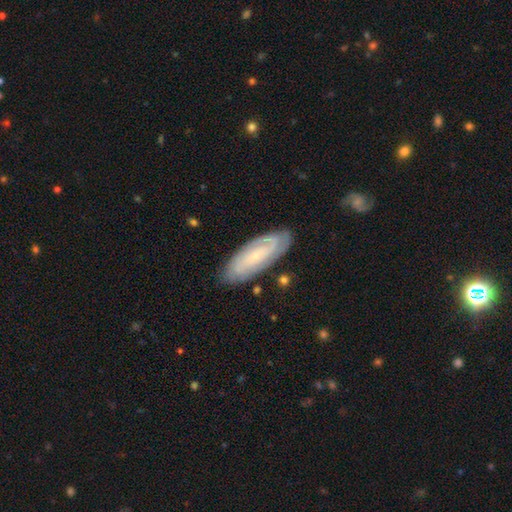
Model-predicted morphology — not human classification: featured or disk 75%, smooth 19%, star or artifact 6%. Down the decision tree: edge-on disk — no (90%); bar — no (55%); spiral arms — yes (94%); spiral arm count — 2 (41%); spiral winding — tight (68%); bulge size — small (75%); merging — none (82%).